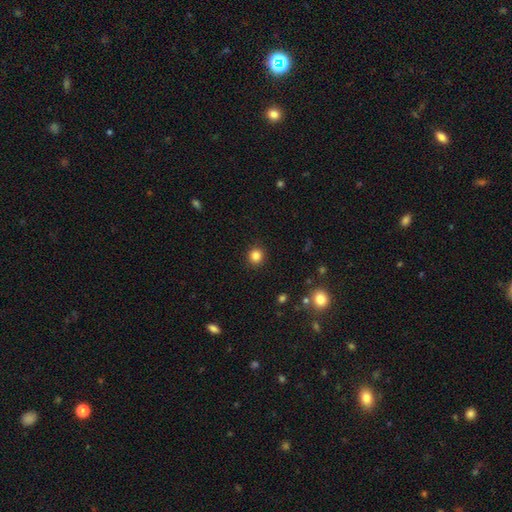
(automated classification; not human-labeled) The model was most divided on "smooth or featured": smooth: 85%, star or artifact: 11%, featured or disk: 4%. More confident: how rounded — round (92%); merging — none (92%).